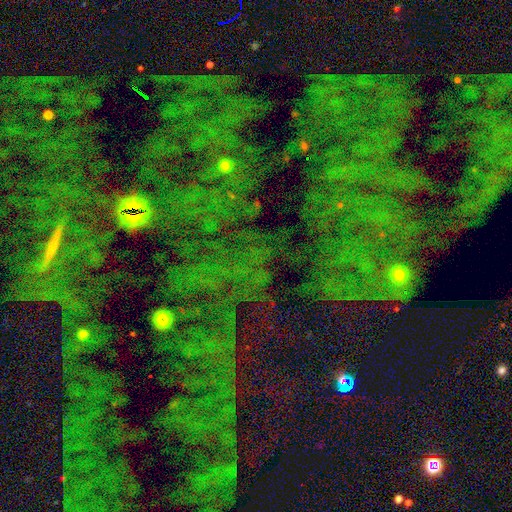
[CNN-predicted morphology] This appears to be a star or artifact, not a galaxy (74%).